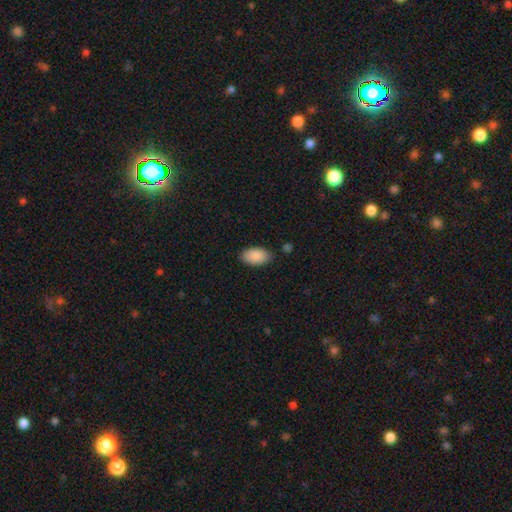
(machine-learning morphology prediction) This appears to be a smooth galaxy with no disk features (89%) that is in between round and cigar-shaped (95%). Merging: none (83%).